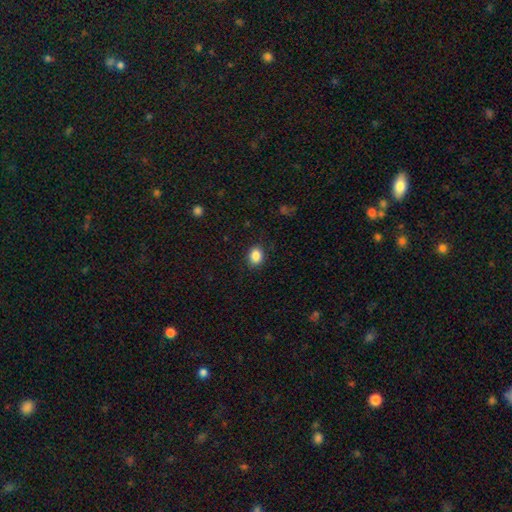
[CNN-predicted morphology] Smooth or featured? smooth (87%)
How rounded? in between (52%)
Merging? none (87%)